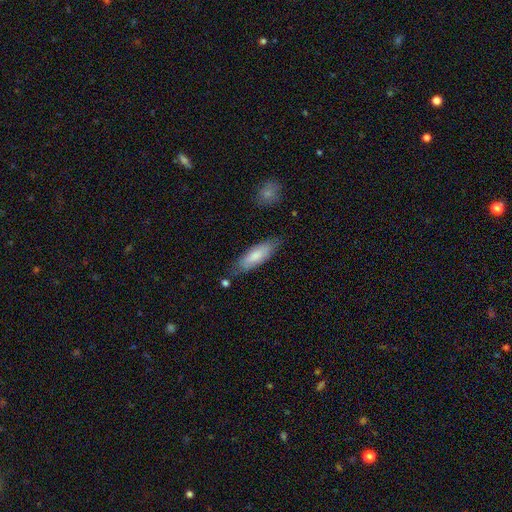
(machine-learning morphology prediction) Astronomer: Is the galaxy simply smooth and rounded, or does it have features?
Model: smooth — 79%.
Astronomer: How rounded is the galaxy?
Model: in between — 56% (runner-up: cigar-shaped, 43%).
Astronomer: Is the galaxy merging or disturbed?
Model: none — 75%.